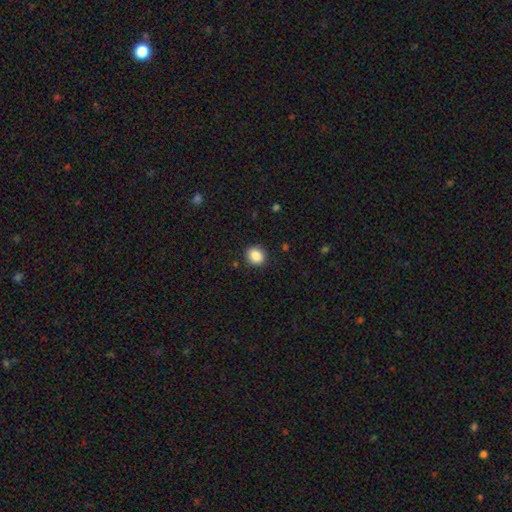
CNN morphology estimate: This appears to be a smooth galaxy with no disk features (87%) that is round (71%). Merging: none (90%).